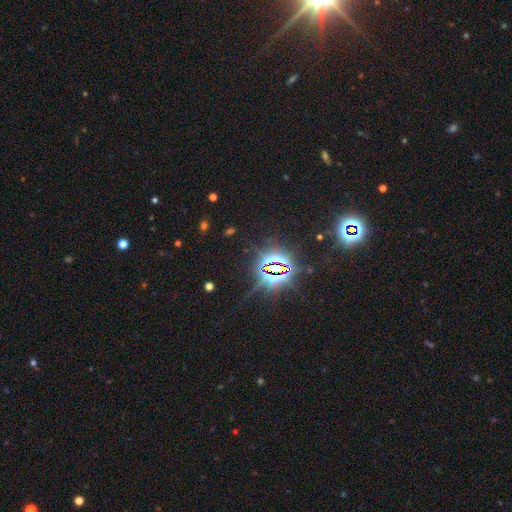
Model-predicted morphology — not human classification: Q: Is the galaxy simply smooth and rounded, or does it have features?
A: star or artifact — 85%.